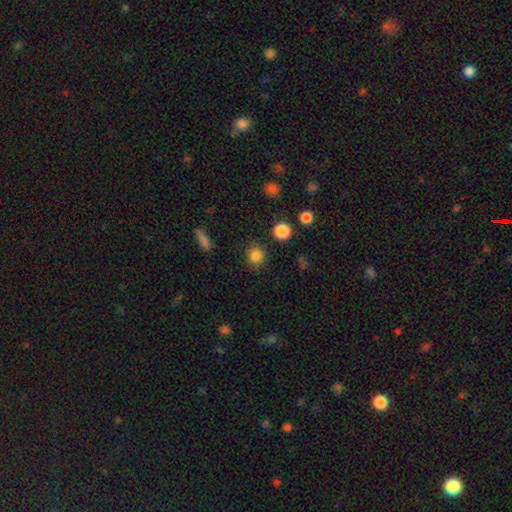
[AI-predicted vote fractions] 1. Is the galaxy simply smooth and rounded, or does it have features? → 84% smooth, 12% star or artifact, 4% featured or disk.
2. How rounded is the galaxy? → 88% round, 11% in between, 1% cigar-shaped.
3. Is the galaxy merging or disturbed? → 86% none, 8% minor disturbance, 3% major disturbance, 3% merger.